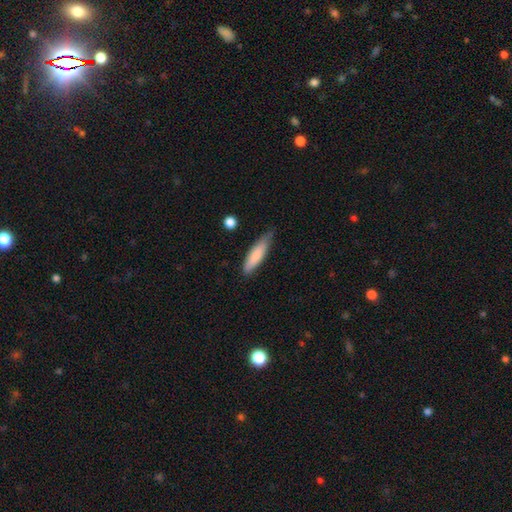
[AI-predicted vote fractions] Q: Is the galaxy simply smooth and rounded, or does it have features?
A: smooth — 80%.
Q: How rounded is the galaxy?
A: cigar-shaped — 68%.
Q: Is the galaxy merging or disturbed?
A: none — 62%.